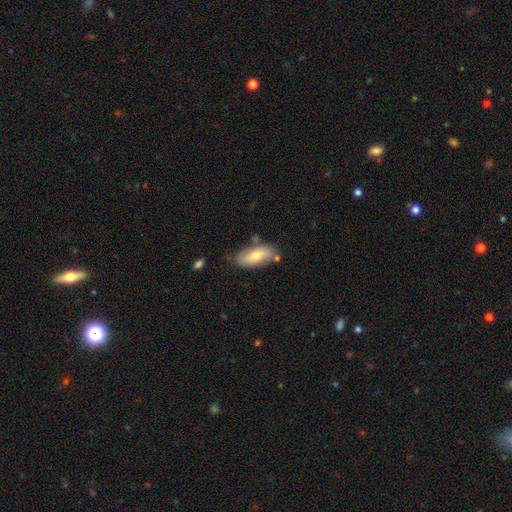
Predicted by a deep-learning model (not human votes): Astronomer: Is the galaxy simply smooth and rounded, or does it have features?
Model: smooth — 67%.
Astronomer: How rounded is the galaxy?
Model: in between — 86%.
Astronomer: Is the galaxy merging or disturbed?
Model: none — 68%.